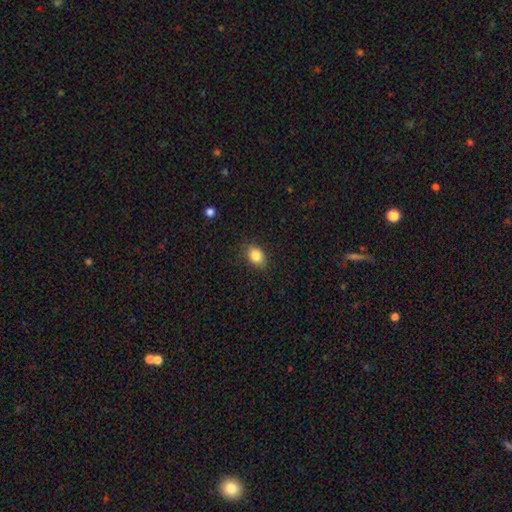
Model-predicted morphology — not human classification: smooth-or-featured: smooth: 84% | star or artifact: 9% | featured or disk: 7%
  how-rounded: in between: 76% | round: 22% | cigar-shaped: 1%
  merging: none: 84% | minor disturbance: 12% | major disturbance: 3% | merger: 1%